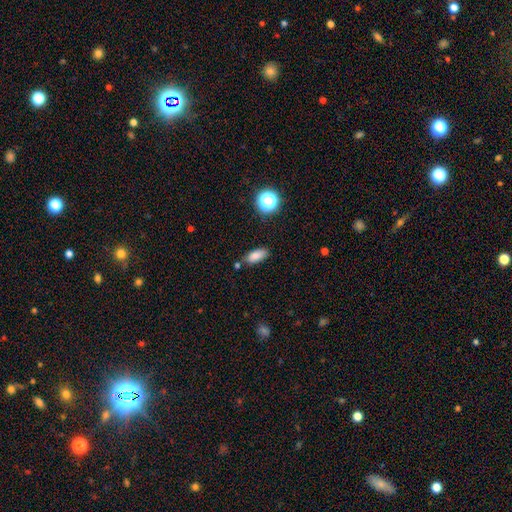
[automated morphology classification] type=smooth (83%); roundness=in between (81%); merging=none (76%).